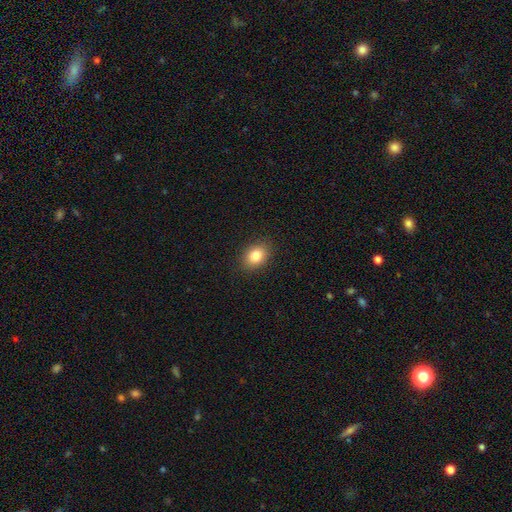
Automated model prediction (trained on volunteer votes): smooth_or_featured: smooth (p=0.83) [alt: star or artifact p=0.10]
how_rounded: in between (p=0.63) [alt: round p=0.36]
merging: none (p=0.88) [alt: minor disturbance p=0.08]